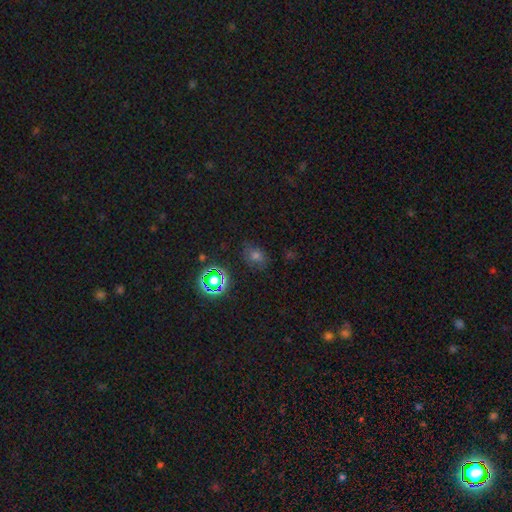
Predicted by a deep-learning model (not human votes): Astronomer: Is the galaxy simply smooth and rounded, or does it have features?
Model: smooth — 59%.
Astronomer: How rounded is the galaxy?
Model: in between — 54% (runner-up: round, 45%).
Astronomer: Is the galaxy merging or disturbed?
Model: none — 76%.